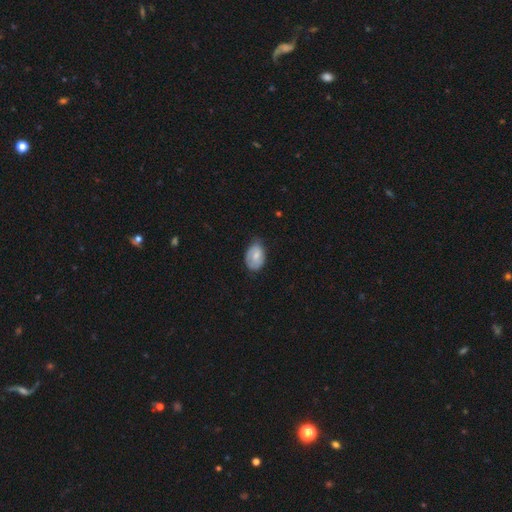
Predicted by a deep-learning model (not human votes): smooth_or_featured: smooth (p=0.64) [alt: featured or disk p=0.29]
how_rounded: in between (p=0.83) [alt: round p=0.16]
merging: none (p=0.56) [alt: minor disturbance p=0.35]